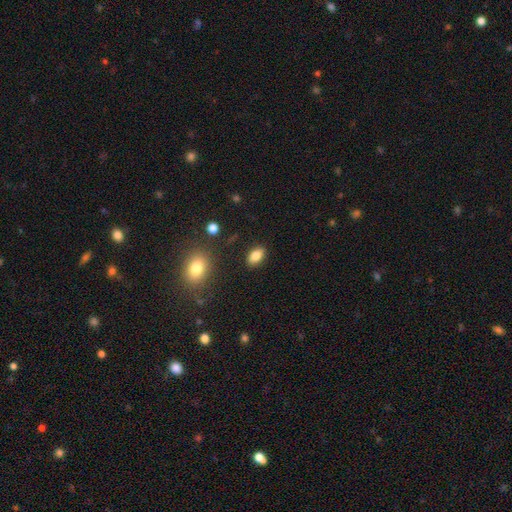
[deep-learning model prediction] Smooth or featured? smooth (83%)
How rounded? in between (88%)
Merging? none (87%)